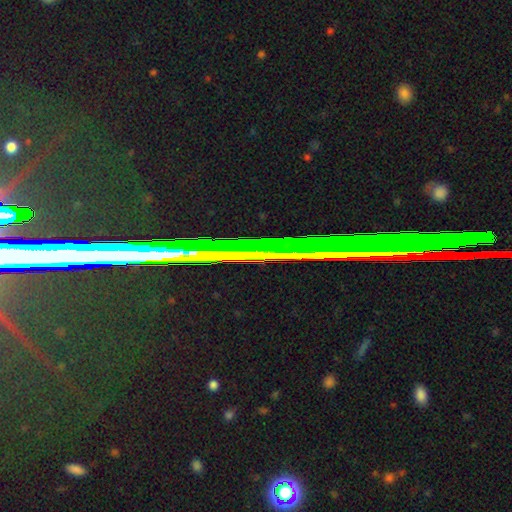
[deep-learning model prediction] Smooth or featured?
  - star or artifact: 78% *
  - featured or disk: 13%
  - smooth: 9%